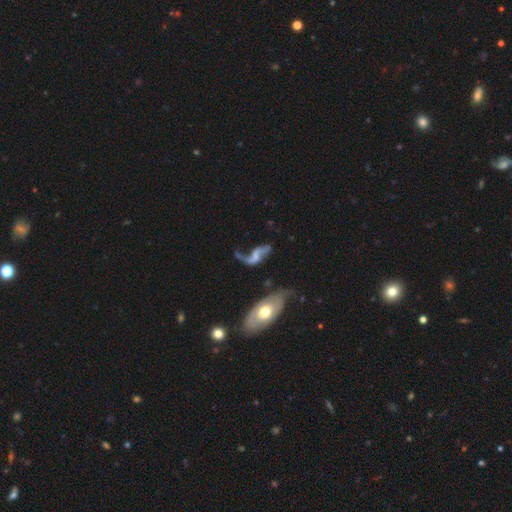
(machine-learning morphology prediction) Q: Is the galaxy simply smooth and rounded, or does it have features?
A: featured or disk — 76%.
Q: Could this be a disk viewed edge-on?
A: no — 94%.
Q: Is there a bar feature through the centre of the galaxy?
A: no — 49%.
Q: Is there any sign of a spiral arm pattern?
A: yes — 82%.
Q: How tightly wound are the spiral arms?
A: loose — 87%.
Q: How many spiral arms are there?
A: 2 — 78%.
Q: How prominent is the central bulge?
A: none — 49%.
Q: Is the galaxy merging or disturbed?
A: none — 34%.